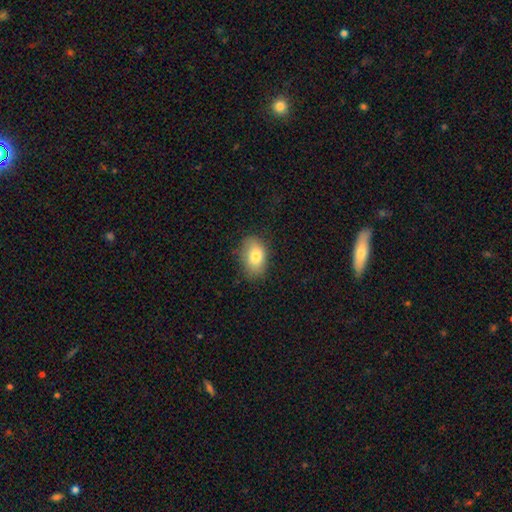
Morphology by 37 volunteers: Overall: smooth (86%). How rounded: in between (88%). Merging: none (68%).